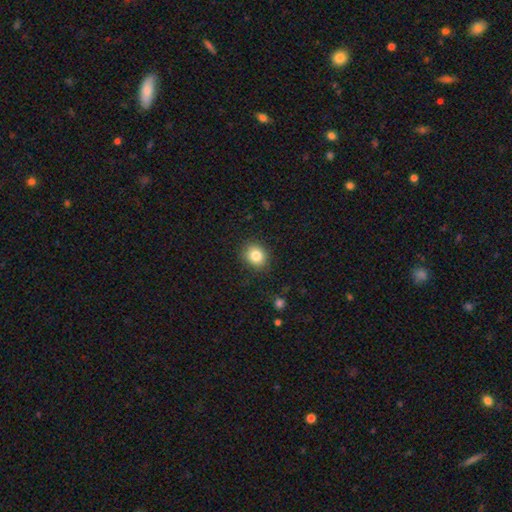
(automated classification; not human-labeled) Smooth or featured: smooth — 83% (star or artifact — 10%)
How rounded: round — 71% (in between — 28%)
Merging: none — 87% (minor disturbance — 9%)